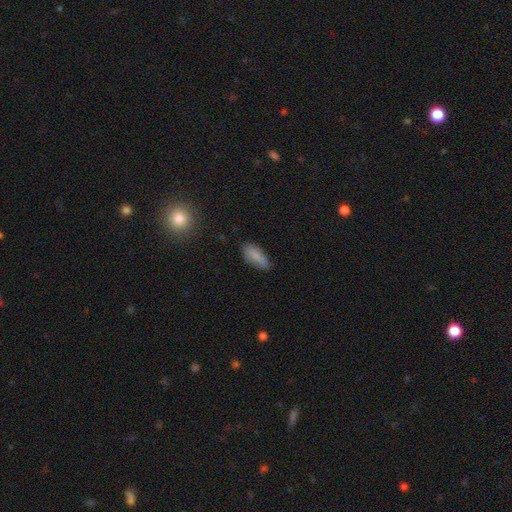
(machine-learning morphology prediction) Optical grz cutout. It shows a smooth galaxy with no disk features (81%) that is in between round and cigar-shaped (79%). Merging: none (67%).